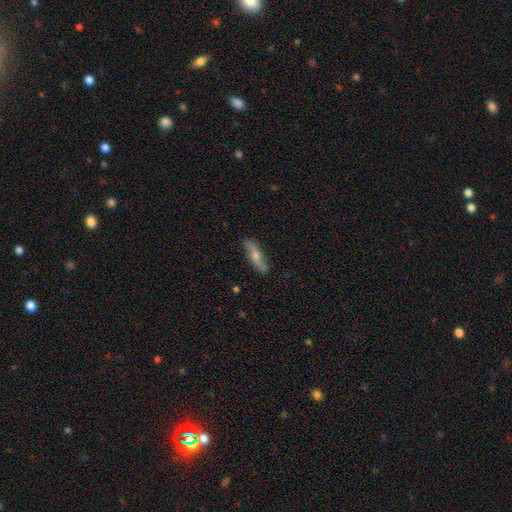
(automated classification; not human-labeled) Overall: featured or disk (59%; smooth 34%). Edge-on disk: yes (61%; no 39%). Merging: none (83%).